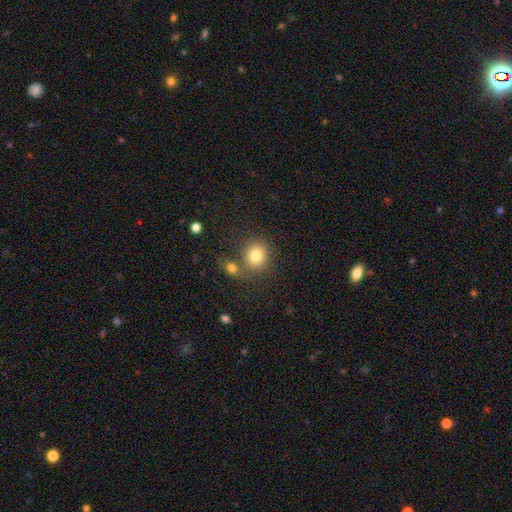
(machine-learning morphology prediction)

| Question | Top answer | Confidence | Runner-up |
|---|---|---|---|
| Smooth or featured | smooth | 81% | star or artifact (11%) |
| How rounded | round | 80% | in between (19%) |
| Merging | none | 62% | merger (23%) |